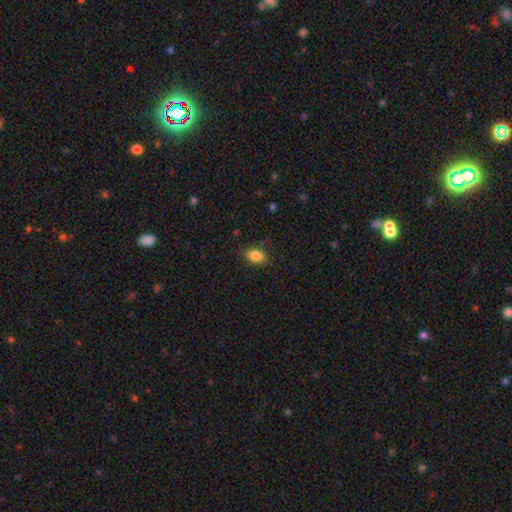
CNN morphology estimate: Smooth or featured: smooth — 86% (star or artifact — 9%)
How rounded: in between — 86% (round — 12%)
Merging: none — 84% (minor disturbance — 12%)